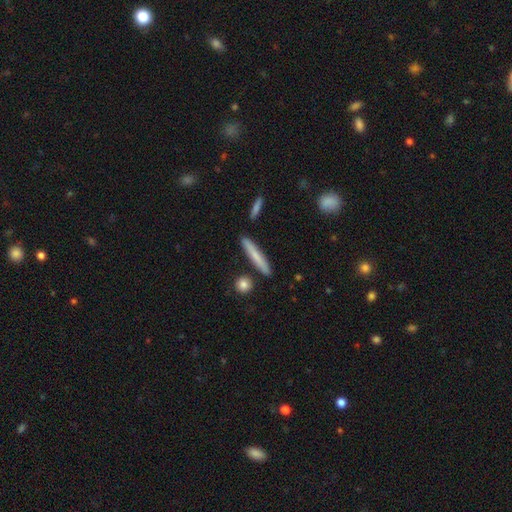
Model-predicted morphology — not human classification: A smooth galaxy with no disk features (67%) that is cigar-shaped (94%). Merging: none (88%).